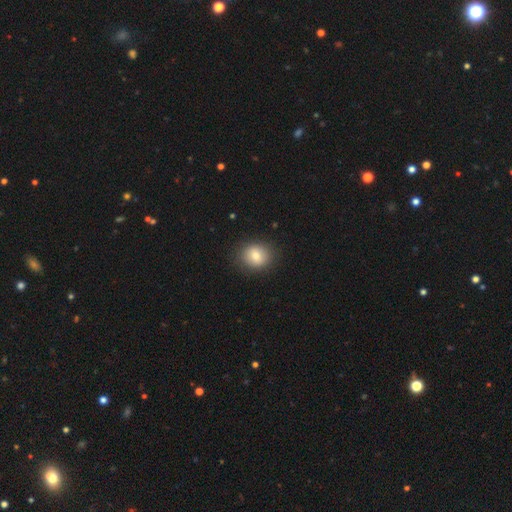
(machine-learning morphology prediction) A smooth galaxy with no disk features (81%) that is round (64%).

Vote fractions:
- Smooth or featured? smooth: 81% / featured or disk: 10% / star or artifact: 9%
- How rounded? round: 64% / in between: 35% / cigar-shaped: 1%
- Merging? none: 87% / minor disturbance: 9% / major disturbance: 3% / merger: 1%